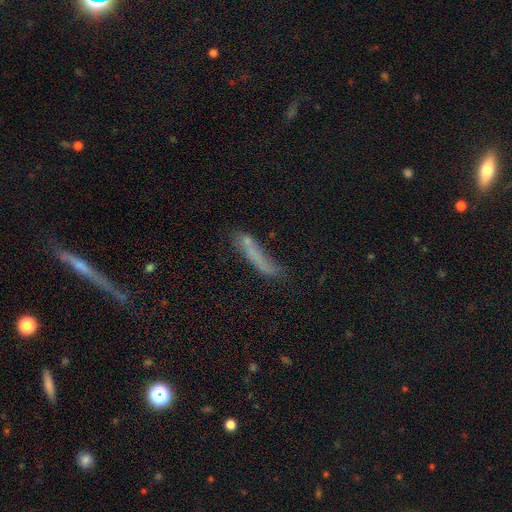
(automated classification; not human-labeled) Smooth or featured? smooth (60%)
How rounded? cigar-shaped (84%)
Merging? none (46%)